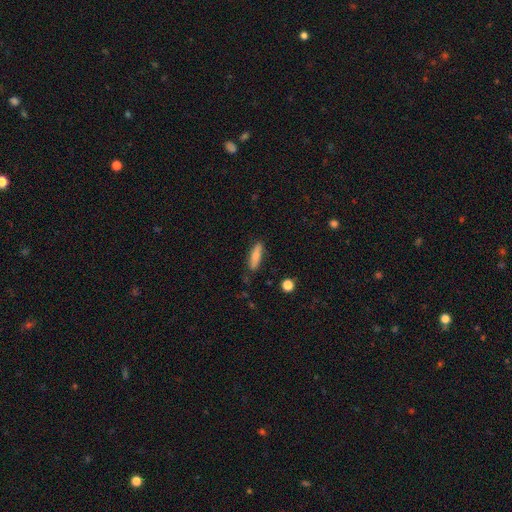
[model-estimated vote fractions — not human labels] Smooth or featured: smooth — 74% (featured or disk — 20%)
How rounded: cigar-shaped — 67% (in between — 31%)
Merging: none — 84% (minor disturbance — 12%)